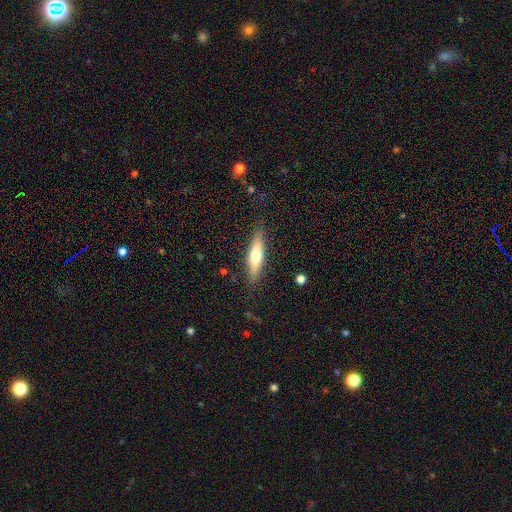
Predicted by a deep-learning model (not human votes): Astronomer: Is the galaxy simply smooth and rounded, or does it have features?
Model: smooth — 53% (runner-up: featured or disk, 41%).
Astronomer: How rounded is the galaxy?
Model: cigar-shaped — 72%.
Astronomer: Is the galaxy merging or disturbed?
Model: none — 86%.